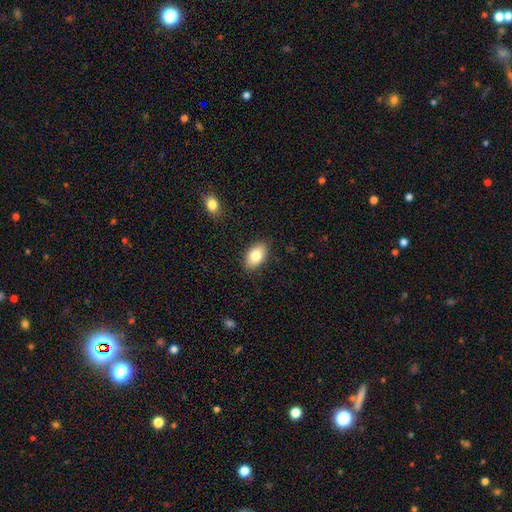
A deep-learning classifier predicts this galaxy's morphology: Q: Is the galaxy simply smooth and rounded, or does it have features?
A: smooth — 80%.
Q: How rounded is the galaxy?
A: in between — 92%.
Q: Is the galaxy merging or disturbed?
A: none — 87%.